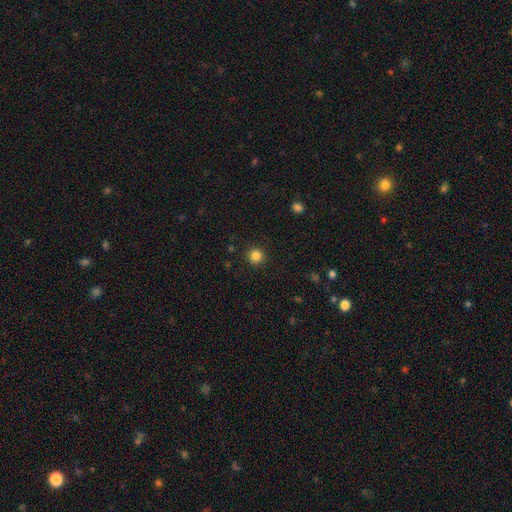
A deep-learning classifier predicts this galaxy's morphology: type=smooth (84%); roundness=round (94%); merging=none (92%).